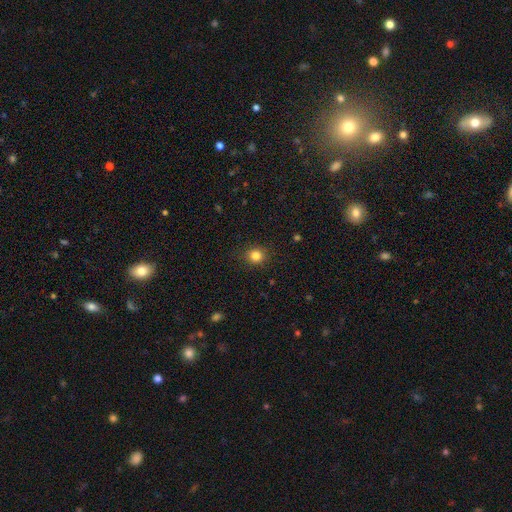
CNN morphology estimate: A smooth galaxy with no disk features (83%) that is round (86%).

Vote fractions:
- Smooth or featured? smooth: 83% / star or artifact: 12% / featured or disk: 5%
- How rounded? round: 86% / in between: 13% / cigar-shaped: 1%
- Merging? none: 90% / minor disturbance: 7% / major disturbance: 2% / merger: 1%